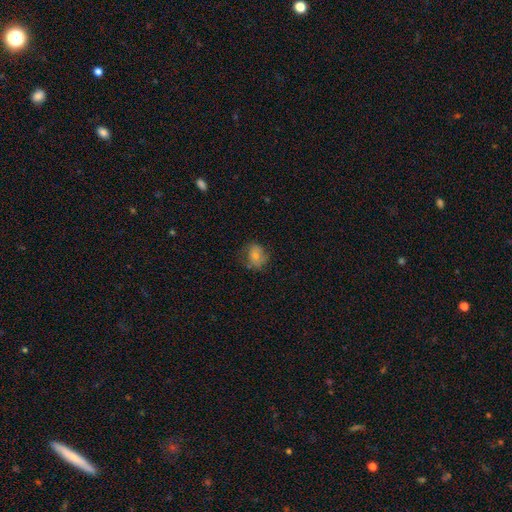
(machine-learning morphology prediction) Overall: smooth (70%). How rounded: round (52%; in between 47%). Merging: none (60%; minor disturbance 27%).